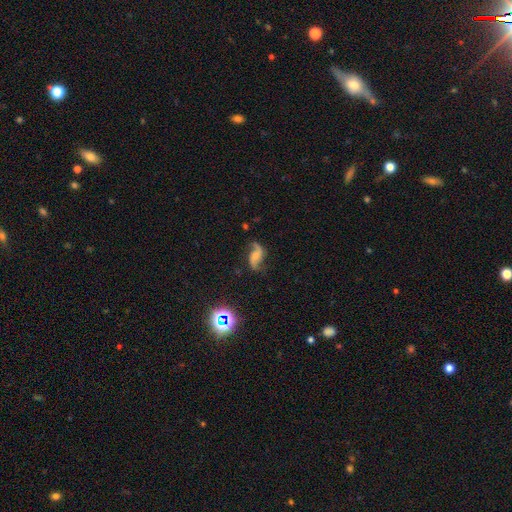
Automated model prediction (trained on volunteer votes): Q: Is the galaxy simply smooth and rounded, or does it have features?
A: featured or disk — 78%.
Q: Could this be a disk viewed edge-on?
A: no — 96%.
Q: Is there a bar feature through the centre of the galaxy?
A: no — 51%.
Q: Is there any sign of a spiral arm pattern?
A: yes — 96%.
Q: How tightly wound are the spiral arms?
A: loose — 76%.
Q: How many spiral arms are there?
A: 2 — 92%.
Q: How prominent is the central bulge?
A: small — 34%.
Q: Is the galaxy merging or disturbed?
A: none — 73%.